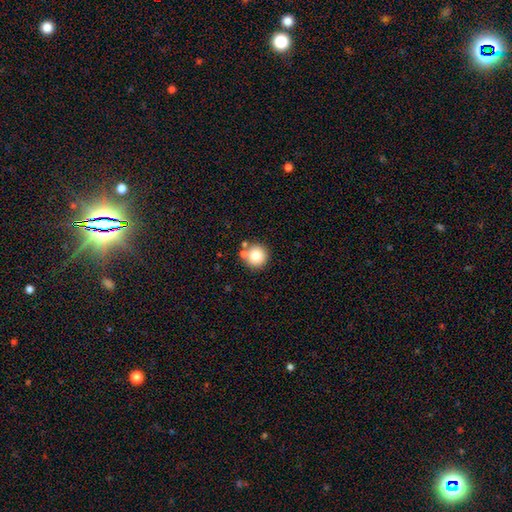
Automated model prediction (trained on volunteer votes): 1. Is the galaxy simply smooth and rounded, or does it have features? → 79% smooth, 11% star or artifact, 10% featured or disk.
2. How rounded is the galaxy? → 94% round, 5% in between, 1% cigar-shaped.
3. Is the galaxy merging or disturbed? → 74% none, 15% merger, 9% minor disturbance, 3% major disturbance.